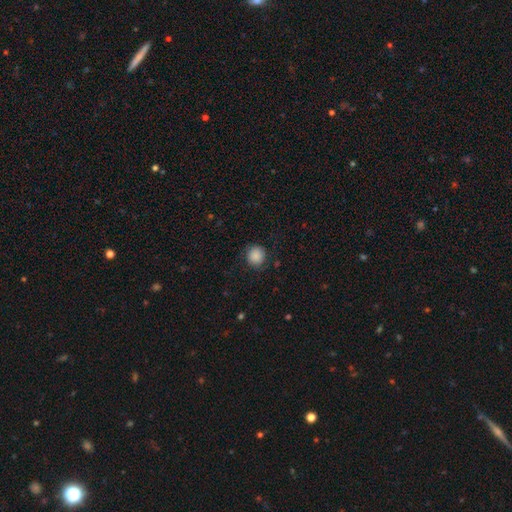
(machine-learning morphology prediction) smooth_or_featured: smooth (p=0.88) [alt: star or artifact p=0.08]
how_rounded: round (p=0.89) [alt: in between p=0.10]
merging: none (p=0.83) [alt: minor disturbance p=0.12]